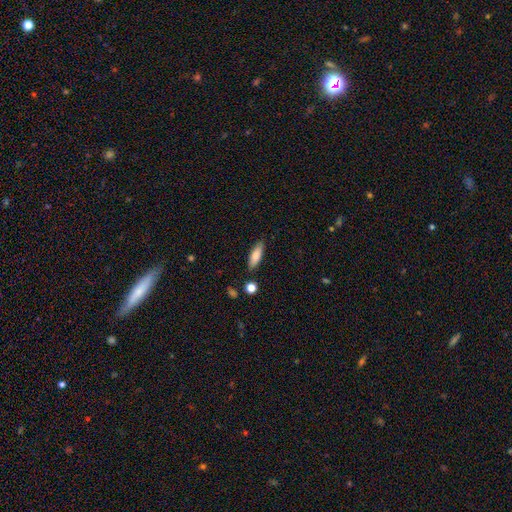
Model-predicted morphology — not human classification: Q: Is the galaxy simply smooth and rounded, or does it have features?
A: smooth — 82%.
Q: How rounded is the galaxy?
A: in between — 58%.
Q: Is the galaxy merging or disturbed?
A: none — 84%.